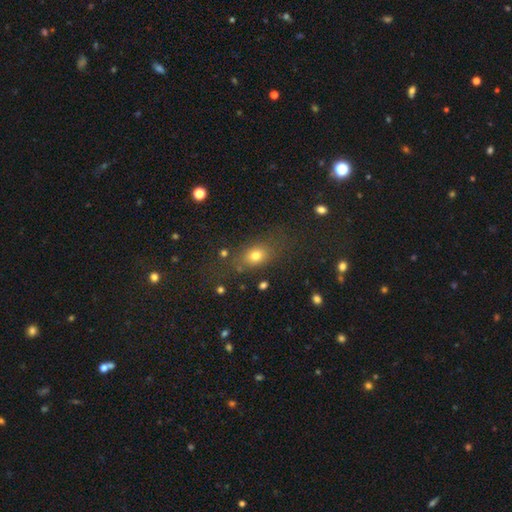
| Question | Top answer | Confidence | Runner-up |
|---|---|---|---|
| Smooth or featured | smooth | 89% | featured or disk (8%) |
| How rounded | round | 53% | in between (44%) |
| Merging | none | 54% | minor disturbance (31%) |